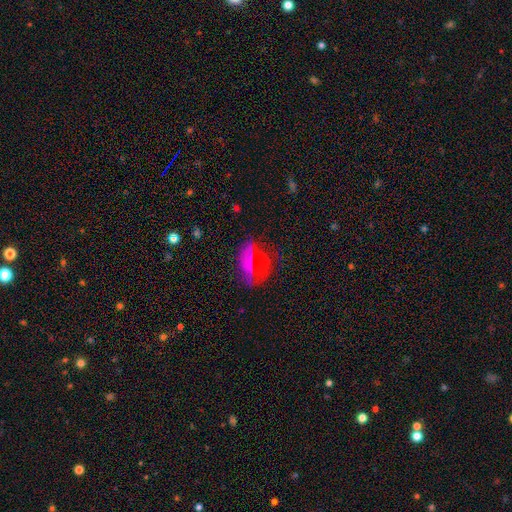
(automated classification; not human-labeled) This is possibly a smooth galaxy (46%). Merging: likely none (60%).